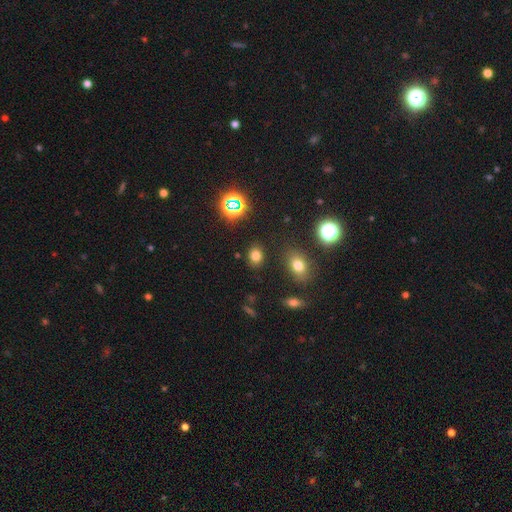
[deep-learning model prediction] Smooth or featured?
  - smooth: 74% *
  - star or artifact: 19%
  - featured or disk: 7%
How rounded?
  - in between: 59% *
  - round: 40%
  - cigar-shaped: 1%
Merging?
  - none: 85% *
  - minor disturbance: 9%
  - major disturbance: 3%
  - merger: 3%